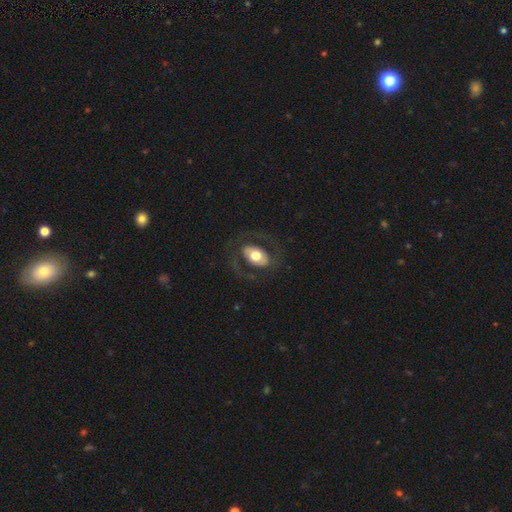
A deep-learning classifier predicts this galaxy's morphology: This appears to be a smooth galaxy with no disk features (48%). Merging: none (74%).